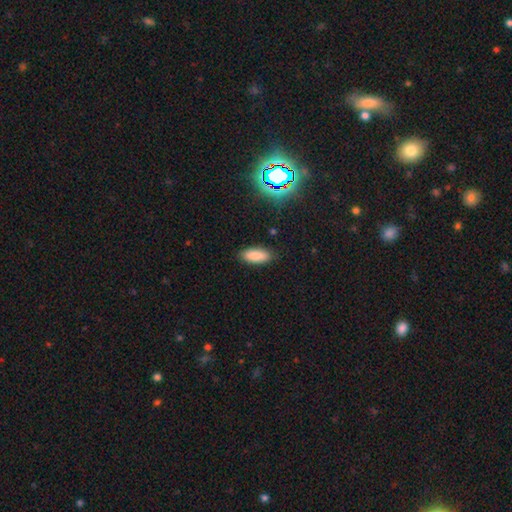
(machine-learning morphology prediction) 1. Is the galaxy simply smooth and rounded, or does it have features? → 85% smooth, 9% star or artifact, 6% featured or disk.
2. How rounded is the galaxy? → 80% in between, 17% cigar-shaped, 2% round.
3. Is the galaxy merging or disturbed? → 86% none, 10% minor disturbance, 2% major disturbance, 1% merger.